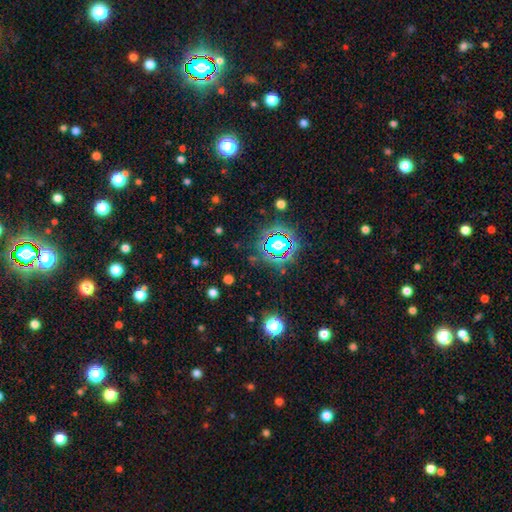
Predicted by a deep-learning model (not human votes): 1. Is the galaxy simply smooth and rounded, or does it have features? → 80% star or artifact, 13% smooth, 7% featured or disk.